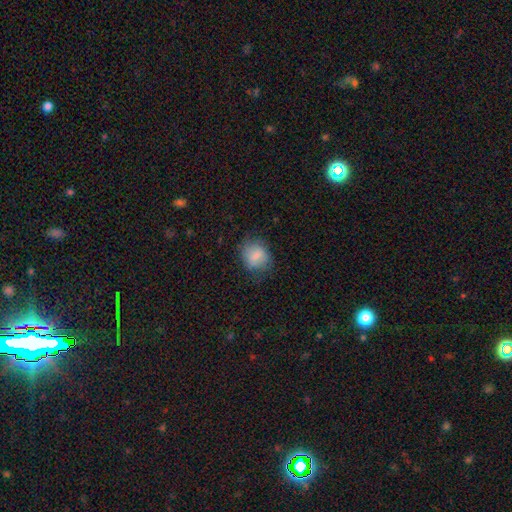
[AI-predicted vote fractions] Overall: smooth (79%). How rounded: round (60%; in between 39%). Merging: none (69%).